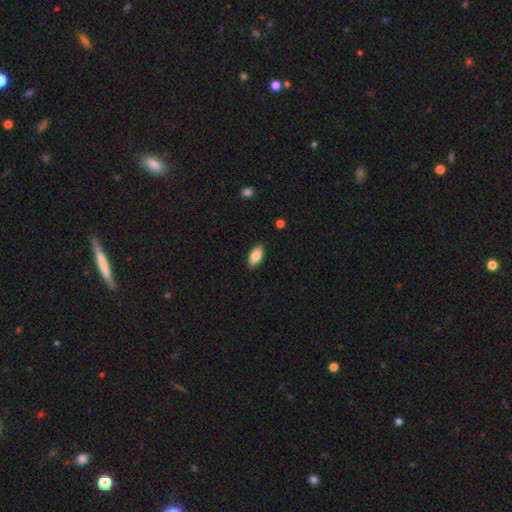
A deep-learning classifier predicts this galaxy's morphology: Q: Smooth or featured?
A: smooth (84%); runner-up: featured or disk (10%)
Q: How rounded?
A: in between (90%); runner-up: cigar-shaped (7%)
Q: Merging?
A: none (88%); runner-up: minor disturbance (9%)